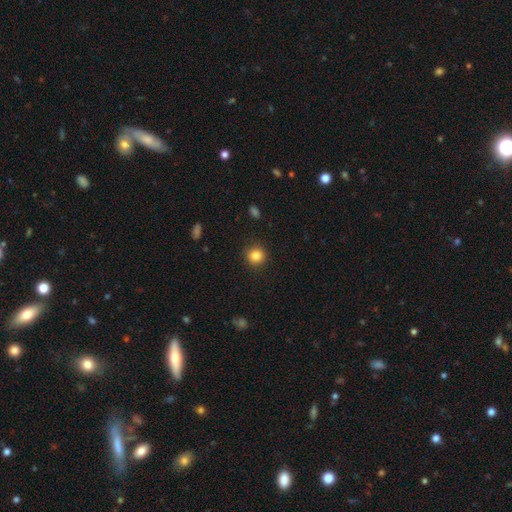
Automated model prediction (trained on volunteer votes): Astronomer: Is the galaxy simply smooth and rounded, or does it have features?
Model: smooth — 84%.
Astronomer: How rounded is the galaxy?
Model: round — 92%.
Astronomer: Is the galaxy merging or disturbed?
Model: none — 91%.